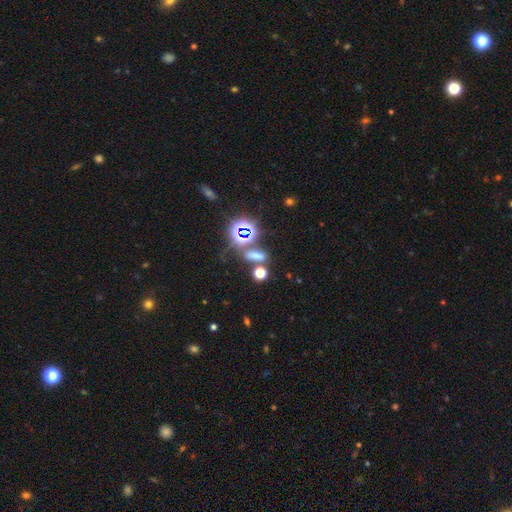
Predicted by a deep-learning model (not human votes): Smooth or featured? smooth (52%)
How rounded? in between (54%)
Merging? none (63%)